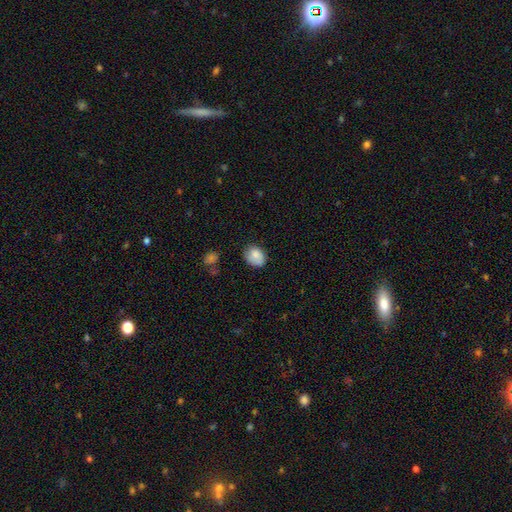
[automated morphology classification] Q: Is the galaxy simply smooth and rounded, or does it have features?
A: smooth — 82%.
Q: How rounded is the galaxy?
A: in between — 60%.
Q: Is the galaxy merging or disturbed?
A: none — 66%.